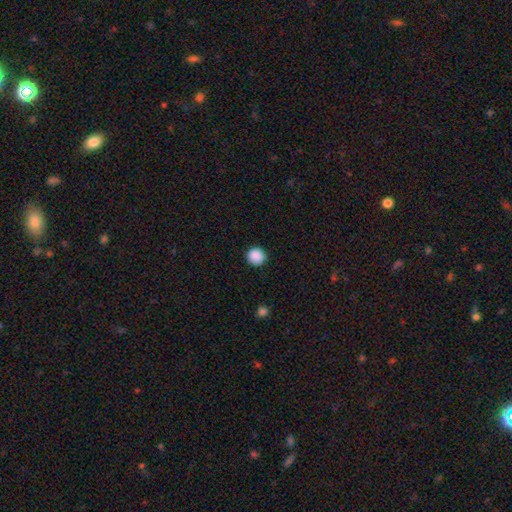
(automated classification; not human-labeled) A smooth galaxy with no disk features (89%) that is round (94%). Merging: none (91%).